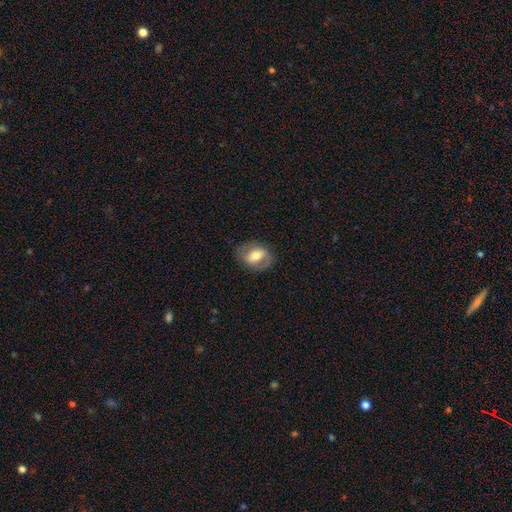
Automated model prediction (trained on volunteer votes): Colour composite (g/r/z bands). It shows a featured or disk galaxy (47%). Merging: none (76%).